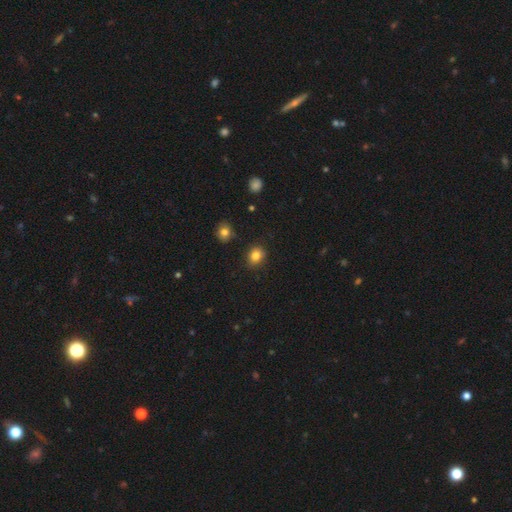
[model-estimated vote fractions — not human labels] Morphology: type=smooth (83%); roundness=round (61%); merging=none (86%).